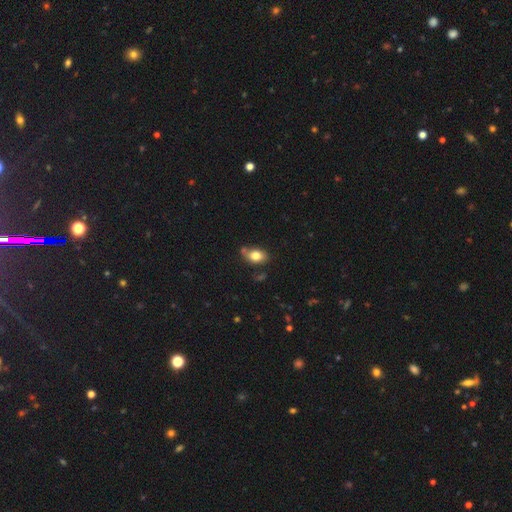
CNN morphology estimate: type=smooth (80%); roundness=in between (83%); merging=none (65%).